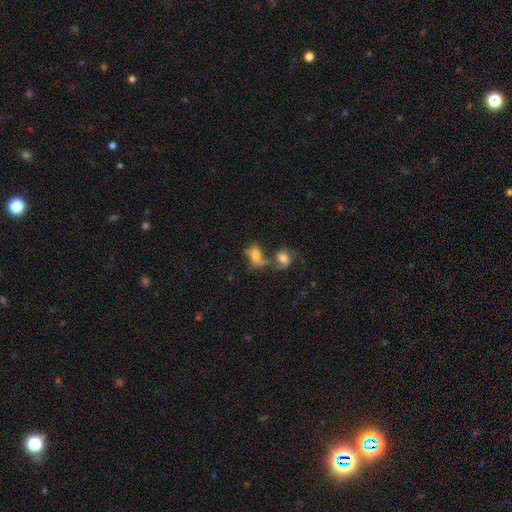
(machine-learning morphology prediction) smooth_or_featured: smooth (p=0.51) [alt: featured or disk p=0.38]
how_rounded: in between (p=0.76) [alt: round p=0.22]
merging: merger (p=0.65) [alt: none p=0.17]